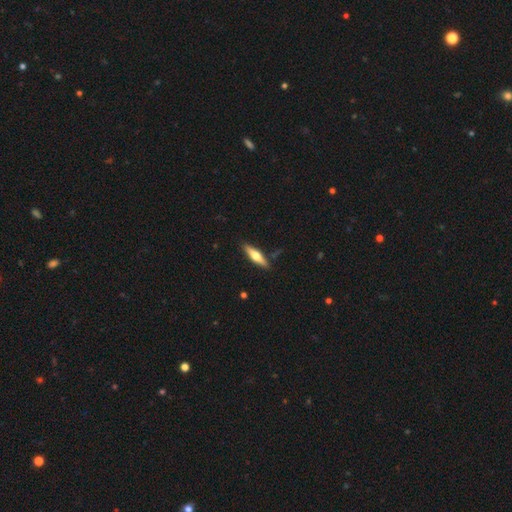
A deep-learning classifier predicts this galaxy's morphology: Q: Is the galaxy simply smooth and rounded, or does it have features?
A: featured or disk — 49%.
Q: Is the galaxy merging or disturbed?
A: none — 86%.